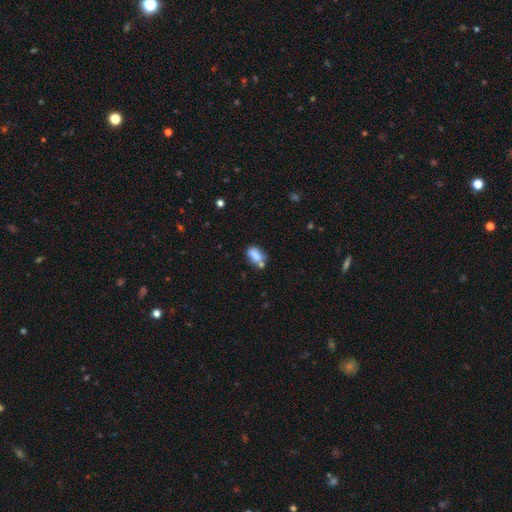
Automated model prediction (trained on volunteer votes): Smooth or featured? Predicted: smooth (p=0.79). How rounded? Predicted: in between (p=0.85). Merging? Predicted: none (p=0.50).